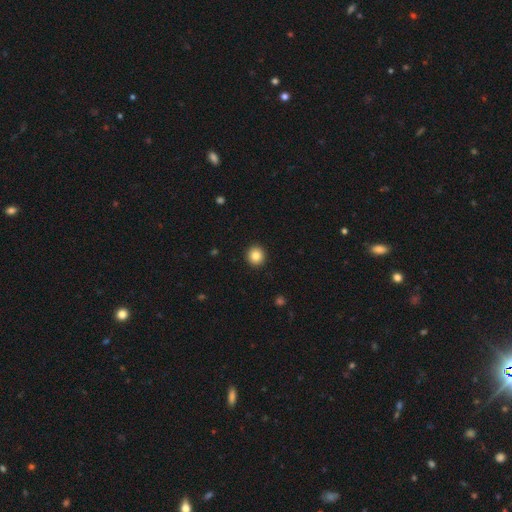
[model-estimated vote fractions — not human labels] smooth_or_featured: smooth (p=0.85) [alt: star or artifact p=0.10]
how_rounded: round (p=0.92) [alt: in between p=0.07]
merging: none (p=0.93) [alt: minor disturbance p=0.04]